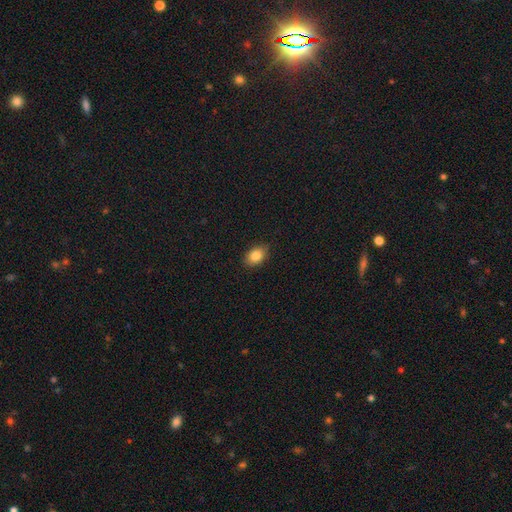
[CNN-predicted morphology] smooth_or_featured: smooth (p=0.85) [alt: star or artifact p=0.08]
how_rounded: in between (p=0.80) [alt: round p=0.19]
merging: none (p=0.86) [alt: minor disturbance p=0.10]